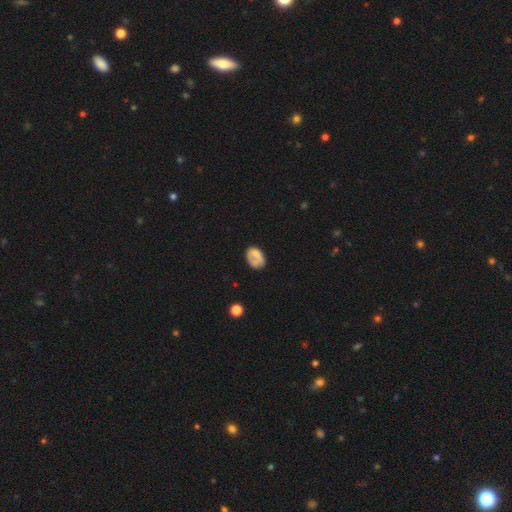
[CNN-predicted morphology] Smooth or featured? smooth (56%)
How rounded? in between (75%)
Merging? none (45%)